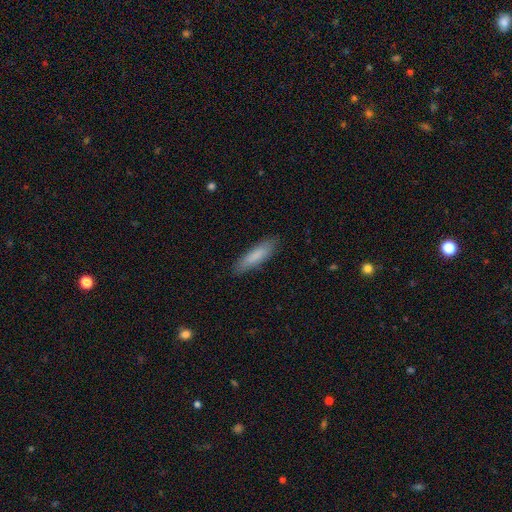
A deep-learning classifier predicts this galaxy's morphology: Smooth or featured: smooth — 82% (featured or disk — 12%)
How rounded: cigar-shaped — 68% (in between — 31%)
Merging: none — 85% (minor disturbance — 12%)